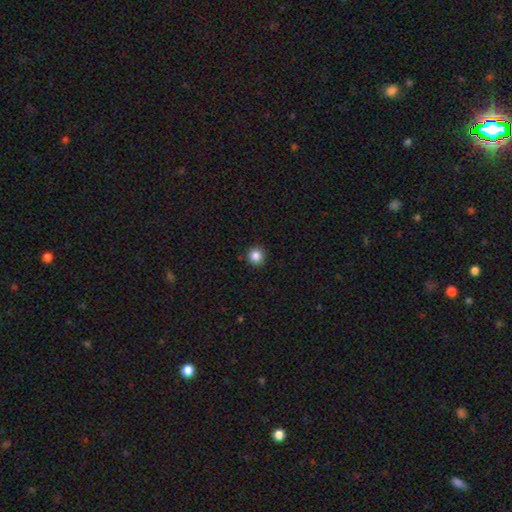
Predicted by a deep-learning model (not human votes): Overall: smooth (85%). How rounded: round (94%). Merging: none (92%).